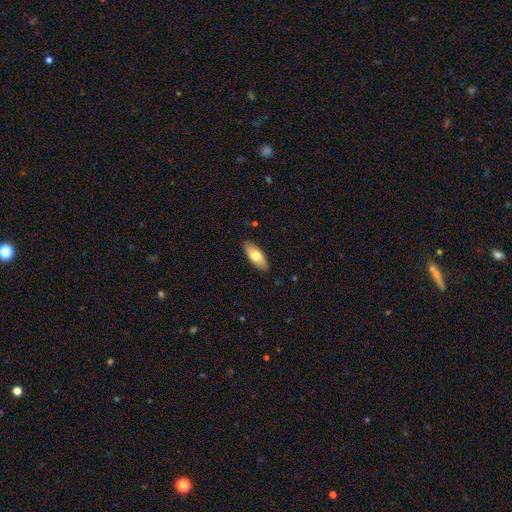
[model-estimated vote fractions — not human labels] Smooth or featured: smooth — 72% (featured or disk — 22%)
How rounded: in between — 82% (cigar-shaped — 15%)
Merging: none — 88% (minor disturbance — 9%)